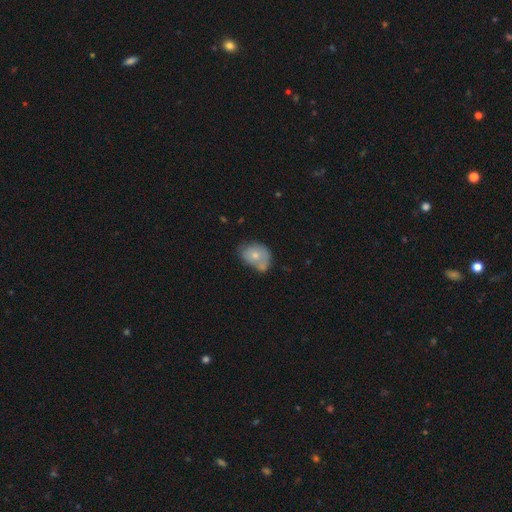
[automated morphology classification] Smooth or featured? Predicted: smooth (p=0.67). How rounded? Predicted: in between (p=0.64). Merging? Predicted: none (p=0.35).